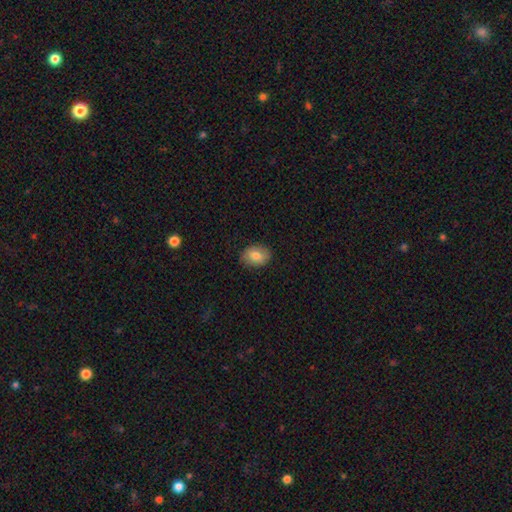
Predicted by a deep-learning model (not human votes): This is likely a smooth galaxy (79%). How rounded: likely in between (70%). Merging: clearly none (86%).